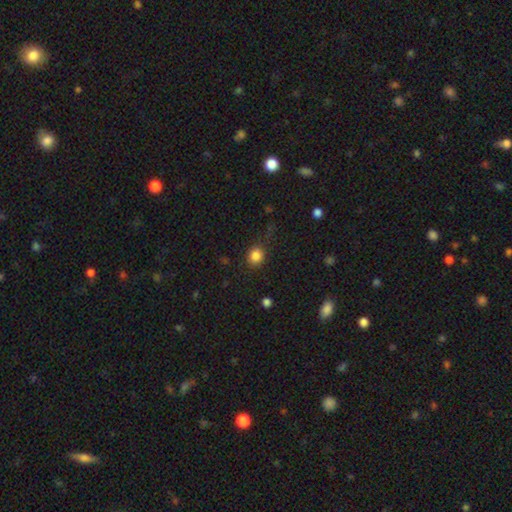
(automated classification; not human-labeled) smooth_or_featured: smooth (p=0.84) [alt: star or artifact p=0.11]
how_rounded: round (p=0.82) [alt: in between p=0.17]
merging: none (p=0.81) [alt: minor disturbance p=0.12]